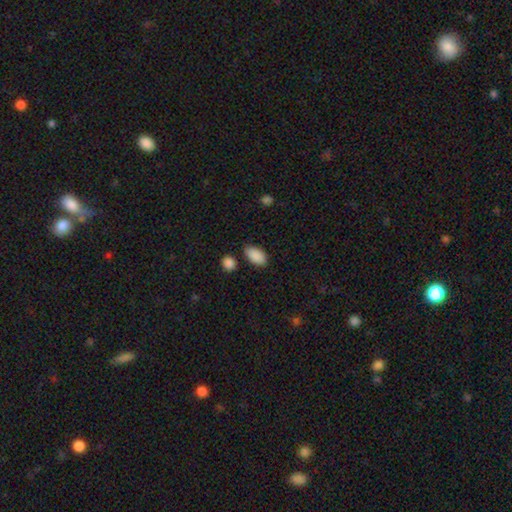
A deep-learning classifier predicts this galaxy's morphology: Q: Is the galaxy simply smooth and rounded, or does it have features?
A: smooth — 90%.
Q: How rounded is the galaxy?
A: in between — 94%.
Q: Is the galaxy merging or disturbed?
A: none — 81%.